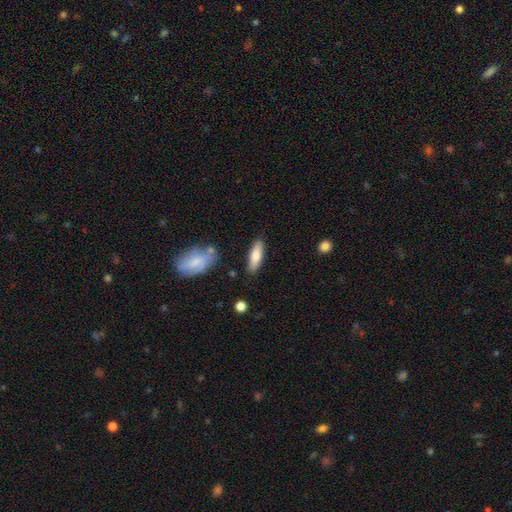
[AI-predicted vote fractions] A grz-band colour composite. It shows a smooth galaxy with no disk features (75%) that is cigar-shaped (54%). Merging: none (83%).